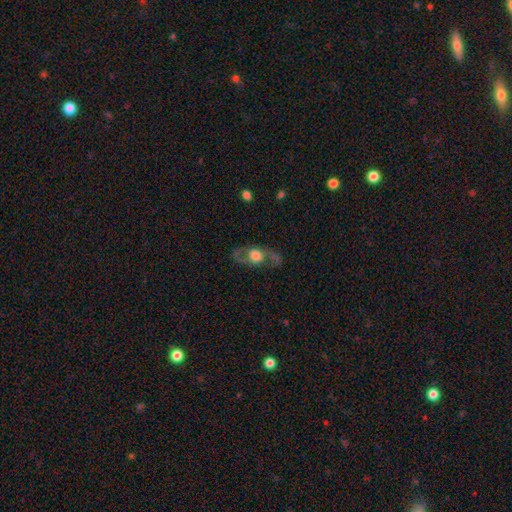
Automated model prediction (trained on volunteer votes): smooth_or_featured: featured or disk (p=0.66) [alt: smooth p=0.27]
disk_edge_on: no (p=0.79) [alt: yes p=0.21]
bar: no (p=0.80) [alt: weak p=0.16]
has_spiral_arms: yes (p=0.60) [alt: no p=0.40]
bulge_size: large (p=0.53) [alt: moderate p=0.33]
merging: none (p=0.73) [alt: minor disturbance p=0.14]